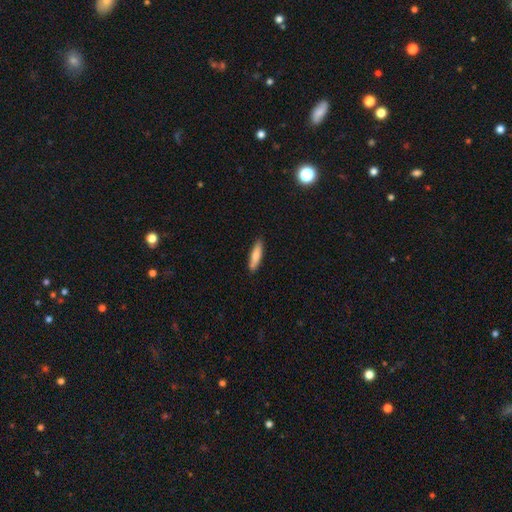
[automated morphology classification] Smooth or featured? smooth (78%)
How rounded? cigar-shaped (77%)
Merging? none (88%)